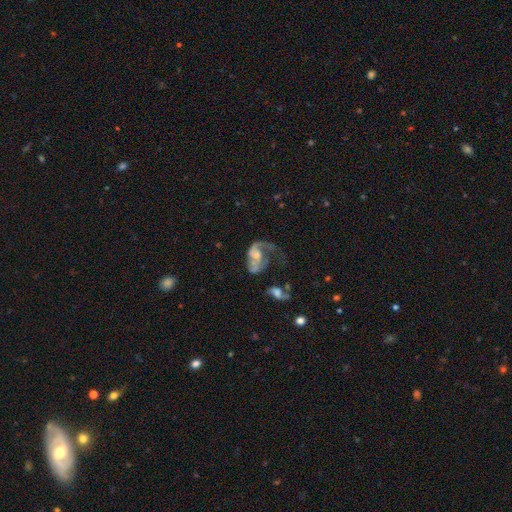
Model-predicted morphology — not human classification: The model was most divided on "bulge size": moderate: 39%, small: 30%, none: 21%, large: 9%, dominant: 2%. Remaining: edge-on disk — no (97%); smooth or featured — featured or disk (69%); spiral arms — yes (69%); bar — no (67%); merging — major disturbance (46%).